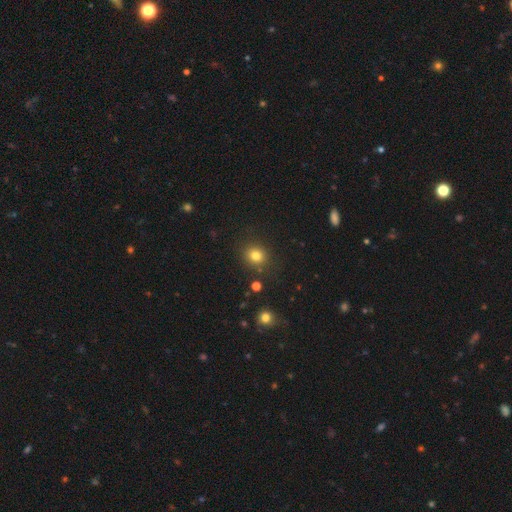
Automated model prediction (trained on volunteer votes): Smooth or featured? smooth (80%)
How rounded? round (81%)
Merging? none (84%)